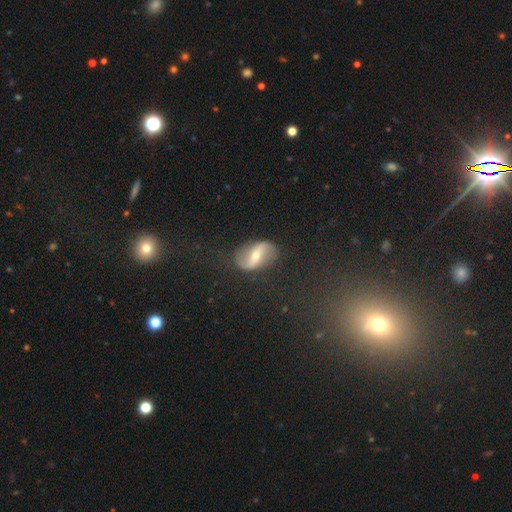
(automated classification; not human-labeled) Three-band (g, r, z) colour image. It shows a featured or disk galaxy (78%) with a strong bar (44%), 2 (93%) loose (77%) spiral arms (90%) and a moderate central bulge (56%). Merging: none (82%).